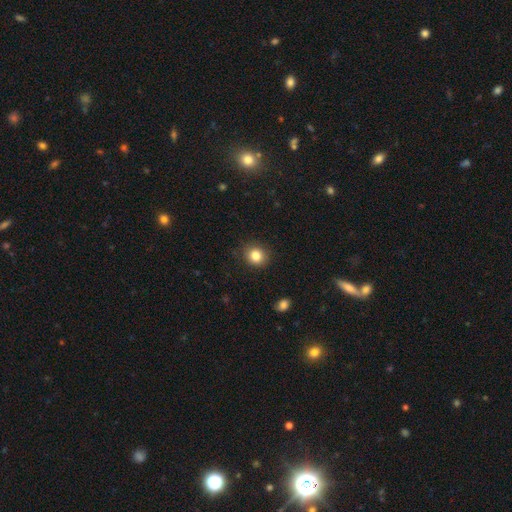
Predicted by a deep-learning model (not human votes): Smooth or featured? Predicted: smooth (p=0.84). How rounded? Predicted: round (p=0.80). Merging? Predicted: none (p=0.88).